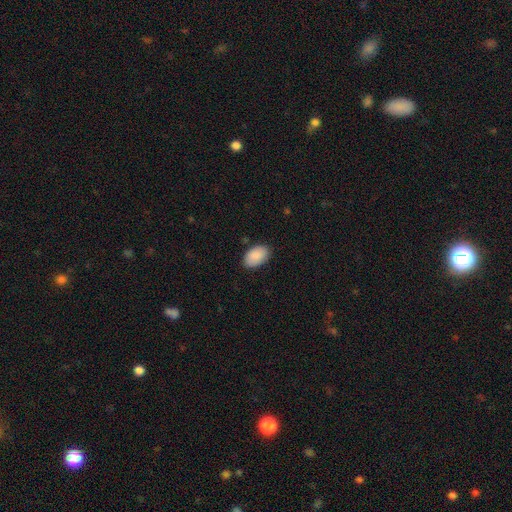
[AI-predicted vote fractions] Morphology: type=smooth (89%); roundness=in between (93%); merging=none (84%).